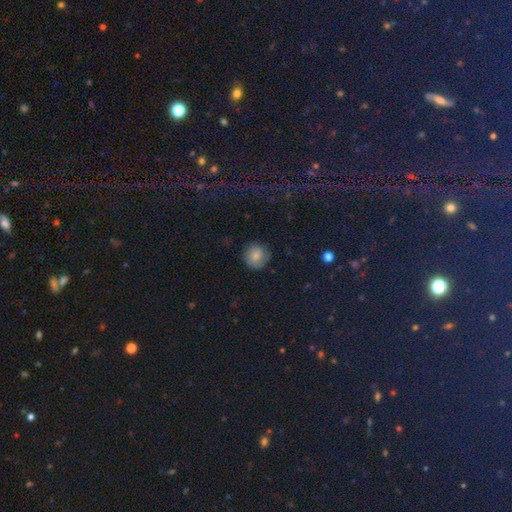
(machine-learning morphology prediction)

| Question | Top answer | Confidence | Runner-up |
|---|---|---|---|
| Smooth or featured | smooth | 72% | featured or disk (16%) |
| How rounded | round | 89% | in between (10%) |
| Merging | none | 74% | minor disturbance (19%) |